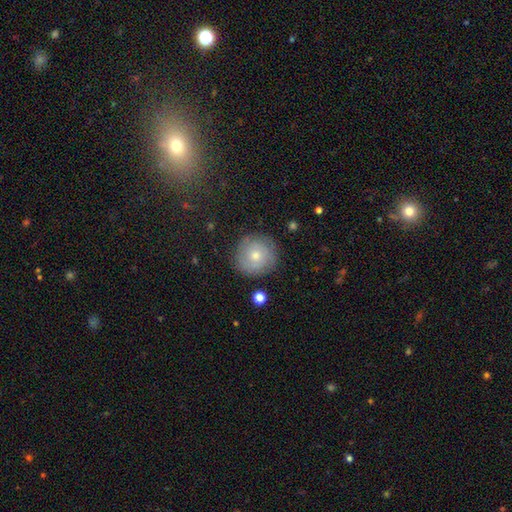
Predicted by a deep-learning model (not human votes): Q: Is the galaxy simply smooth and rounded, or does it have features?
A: smooth — 55%.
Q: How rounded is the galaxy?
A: round — 94%.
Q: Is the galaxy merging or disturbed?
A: none — 83%.